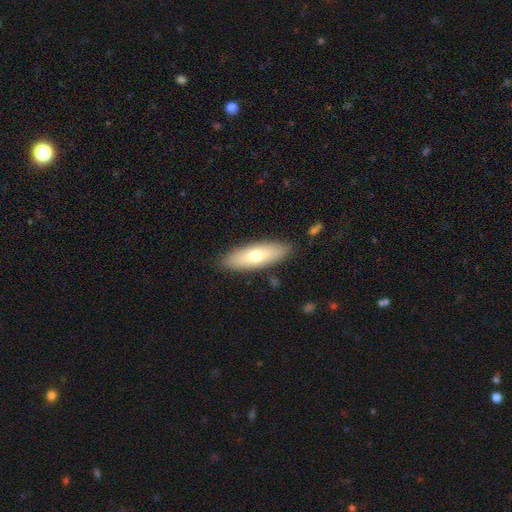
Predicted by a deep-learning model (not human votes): This appears to be a smooth galaxy with no disk features (66%) that is in between round and cigar-shaped (59%). Merging: none (87%).